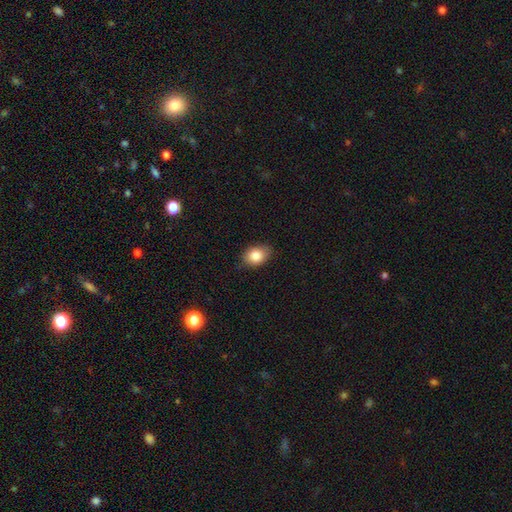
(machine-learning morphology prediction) A smooth galaxy with no disk features (84%) that is in between round and cigar-shaped (71%).

Vote fractions:
- Smooth or featured? smooth: 84% / star or artifact: 8% / featured or disk: 7%
- How rounded? in between: 71% / round: 28% / cigar-shaped: 1%
- Merging? none: 81% / minor disturbance: 15% / major disturbance: 3% / merger: 1%